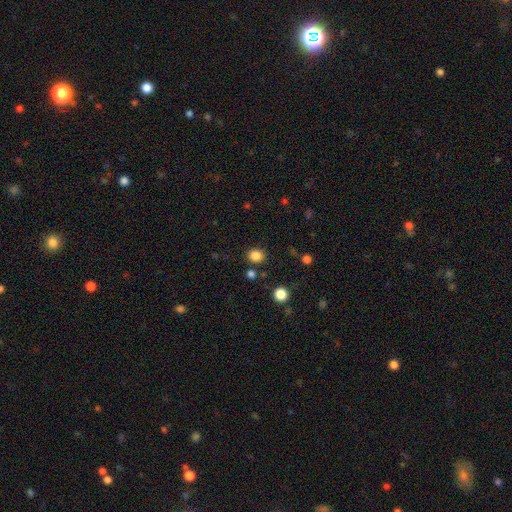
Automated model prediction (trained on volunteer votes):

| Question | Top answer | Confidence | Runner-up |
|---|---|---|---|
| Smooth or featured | smooth | 84% | star or artifact (12%) |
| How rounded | round | 77% | in between (22%) |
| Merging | none | 86% | minor disturbance (8%) |